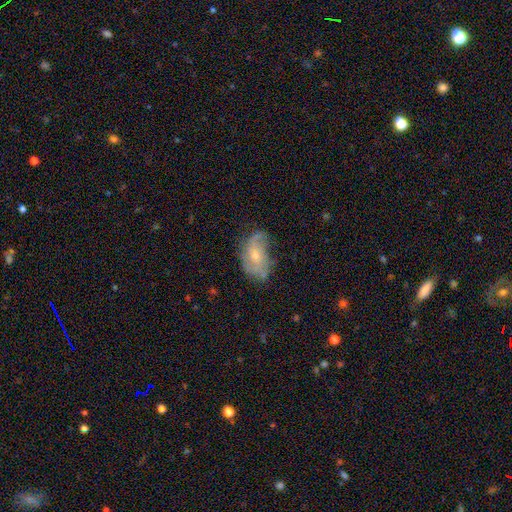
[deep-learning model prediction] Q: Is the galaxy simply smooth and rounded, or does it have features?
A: featured or disk — 65%.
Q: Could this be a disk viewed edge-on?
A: no — 96%.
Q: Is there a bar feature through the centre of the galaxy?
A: no — 70%.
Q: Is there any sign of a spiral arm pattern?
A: yes — 80%.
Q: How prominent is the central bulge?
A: small — 56%.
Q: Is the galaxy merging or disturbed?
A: none — 52%.